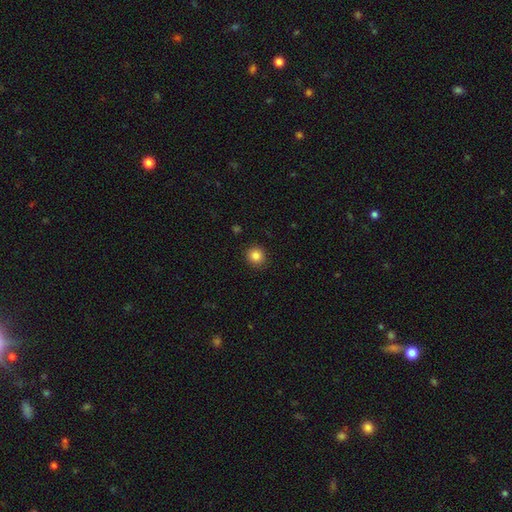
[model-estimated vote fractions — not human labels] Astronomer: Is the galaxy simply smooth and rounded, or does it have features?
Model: smooth — 85%.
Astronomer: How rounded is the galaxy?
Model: round — 90%.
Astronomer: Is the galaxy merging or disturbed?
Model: none — 91%.